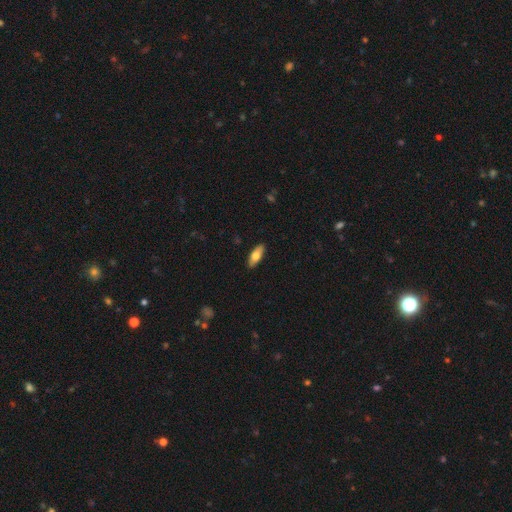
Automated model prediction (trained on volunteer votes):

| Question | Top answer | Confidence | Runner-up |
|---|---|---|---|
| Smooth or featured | smooth | 66% | featured or disk (28%) |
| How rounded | in between | 67% | cigar-shaped (30%) |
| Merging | none | 89% | minor disturbance (8%) |